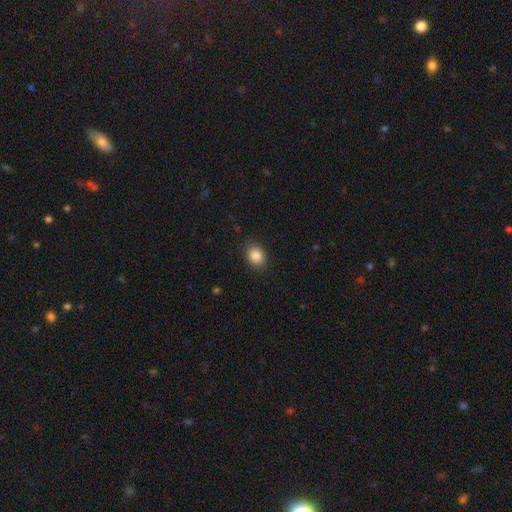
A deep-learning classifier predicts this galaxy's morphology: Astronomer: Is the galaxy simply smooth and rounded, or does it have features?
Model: smooth — 86%.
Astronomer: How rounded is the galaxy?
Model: in between — 61% (runner-up: round, 38%).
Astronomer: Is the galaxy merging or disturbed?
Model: none — 88%.